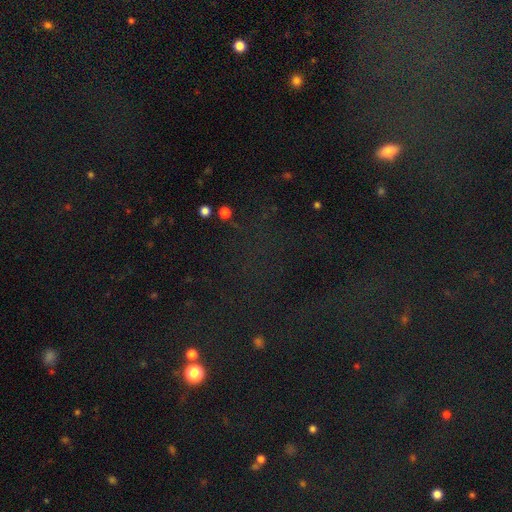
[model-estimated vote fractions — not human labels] This appears to be a star or artifact, not a galaxy (74%).